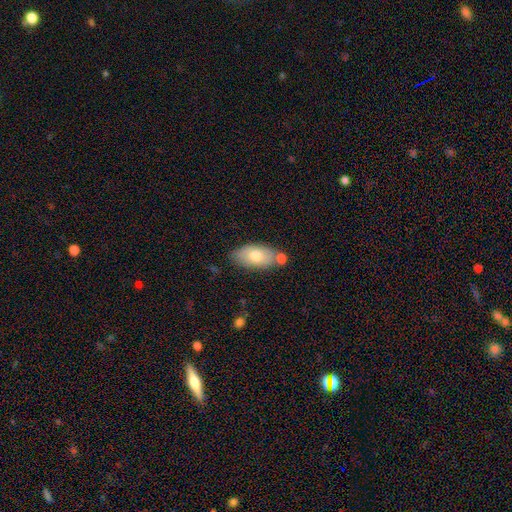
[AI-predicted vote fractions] Smooth or featured?
  - smooth: 72% *
  - featured or disk: 21%
  - star or artifact: 7%
How rounded?
  - in between: 92% *
  - round: 4%
  - cigar-shaped: 3%
Merging?
  - none: 68% *
  - minor disturbance: 15%
  - merger: 13%
  - major disturbance: 4%